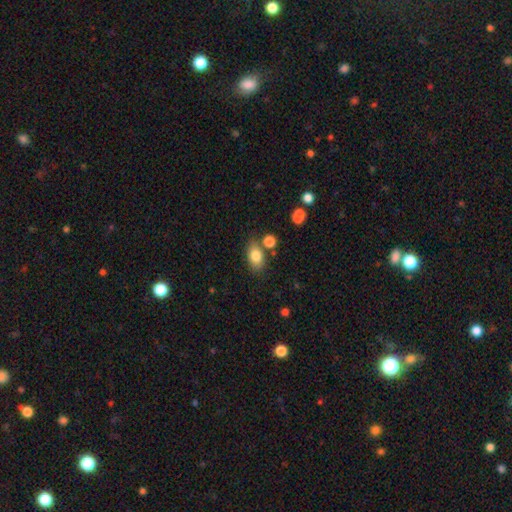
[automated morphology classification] smooth_or_featured: smooth (p=0.82) [alt: featured or disk p=0.10]
how_rounded: in between (p=0.84) [alt: round p=0.14]
merging: none (p=0.73) [alt: minor disturbance p=0.13]